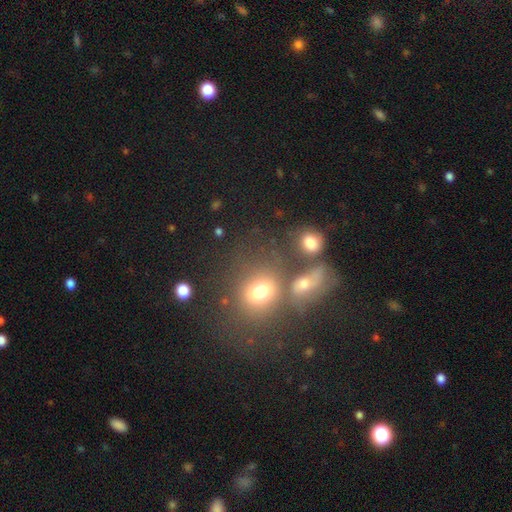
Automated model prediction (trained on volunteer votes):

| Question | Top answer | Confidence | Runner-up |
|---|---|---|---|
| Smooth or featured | smooth | 54% | star or artifact (30%) |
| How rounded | round | 70% | in between (28%) |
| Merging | none | 51% | merger (33%) |